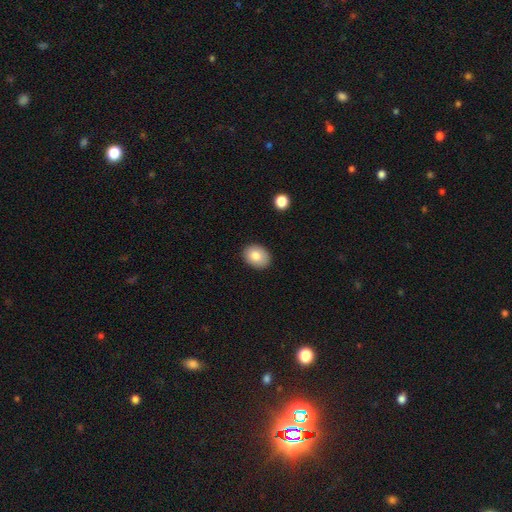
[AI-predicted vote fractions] smooth_or_featured: smooth (p=0.82) [alt: featured or disk p=0.10]
how_rounded: in between (p=0.63) [alt: round p=0.36]
merging: none (p=0.89) [alt: minor disturbance p=0.08]